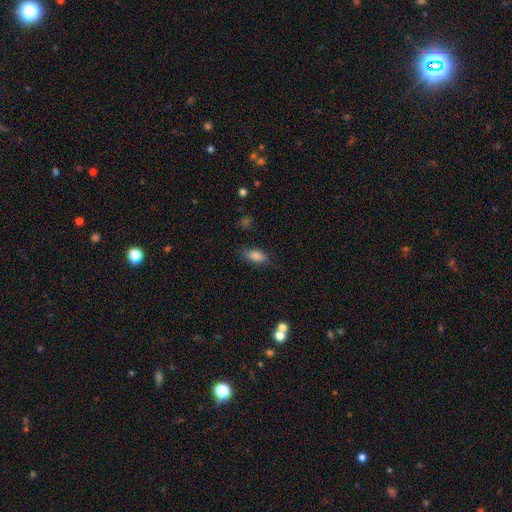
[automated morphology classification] This appears to be a smooth galaxy with no disk features (85%) that is in between round and cigar-shaped (88%). Merging: none (78%).